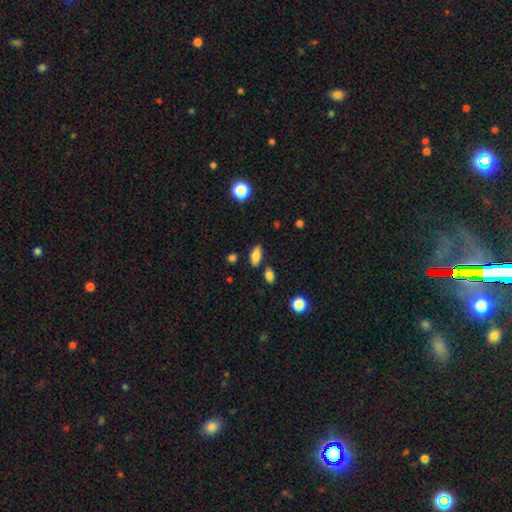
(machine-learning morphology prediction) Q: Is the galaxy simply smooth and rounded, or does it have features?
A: smooth — 76%.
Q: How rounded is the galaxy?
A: in between — 84%.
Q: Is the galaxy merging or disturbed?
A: none — 80%.